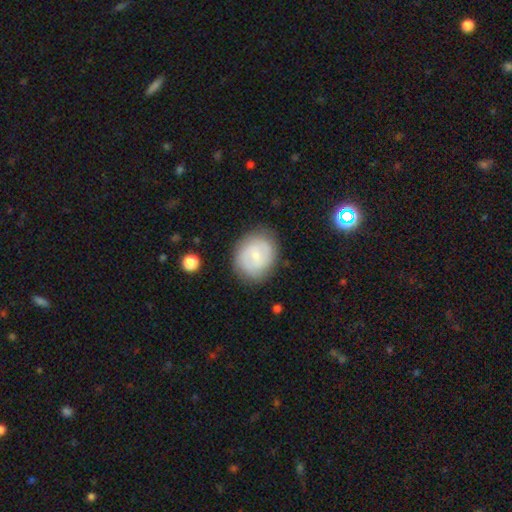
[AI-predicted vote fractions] smooth_or_featured: smooth (p=0.57) [alt: featured or disk p=0.36]
how_rounded: round (p=0.67) [alt: in between p=0.32]
merging: none (p=0.79) [alt: minor disturbance p=0.15]